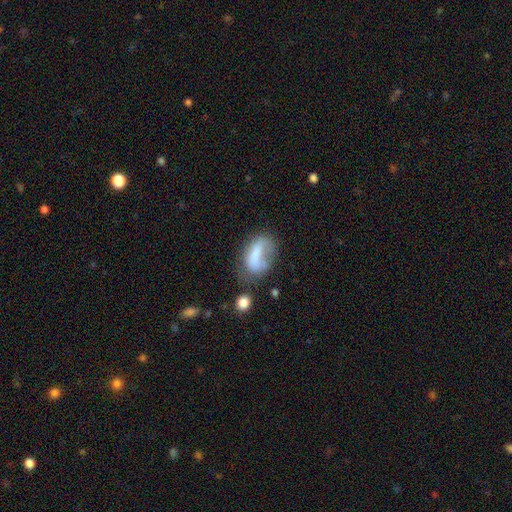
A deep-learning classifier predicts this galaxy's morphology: This is likely a smooth galaxy (66%). How rounded: clearly in between (85%). Merging: marginally major disturbance (32%, tied with none).